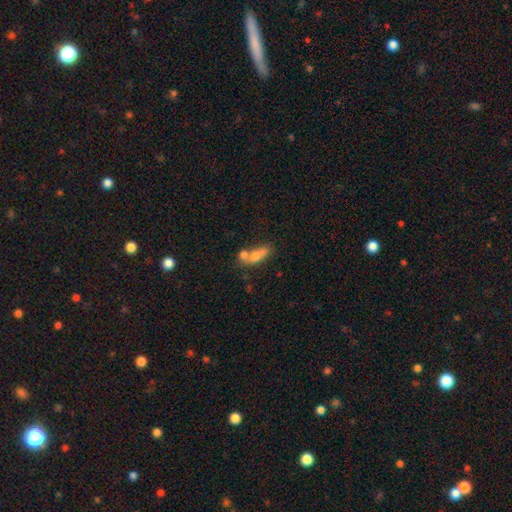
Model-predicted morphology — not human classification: type=smooth (68%); roundness=in between (61%); merging=merger (41%).